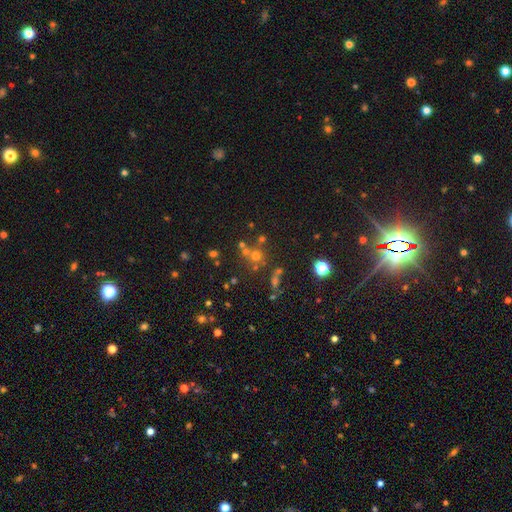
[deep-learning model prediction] Smooth or featured? smooth (53%)
How rounded? round (89%)
Merging? none (60%)